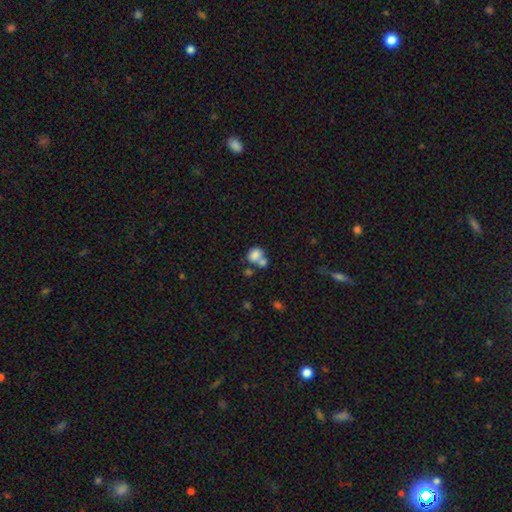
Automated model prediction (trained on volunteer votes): Smooth or featured?
  - smooth: 79% *
  - featured or disk: 11%
  - star or artifact: 10%
How rounded?
  - round: 58% *
  - in between: 41%
  - cigar-shaped: 1%
Merging?
  - merger: 51% *
  - none: 32%
  - minor disturbance: 10%
  - major disturbance: 6%